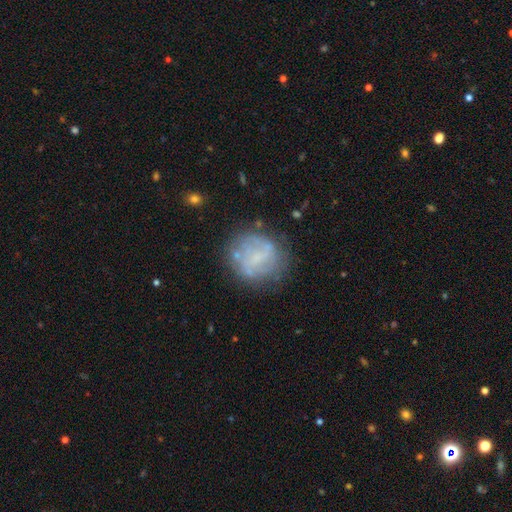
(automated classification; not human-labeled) Smooth or featured: featured or disk — 46% (smooth — 36%)
Merging: none — 76% (minor disturbance — 15%)